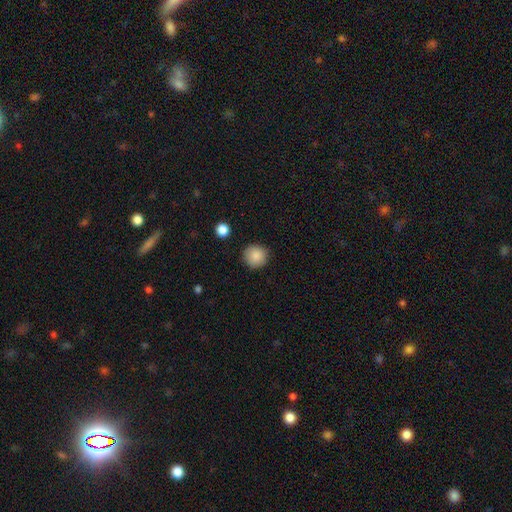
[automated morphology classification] smooth_or_featured: smooth (p=0.88) [alt: star or artifact p=0.08]
how_rounded: round (p=0.93) [alt: in between p=0.06]
merging: none (p=0.90) [alt: minor disturbance p=0.07]